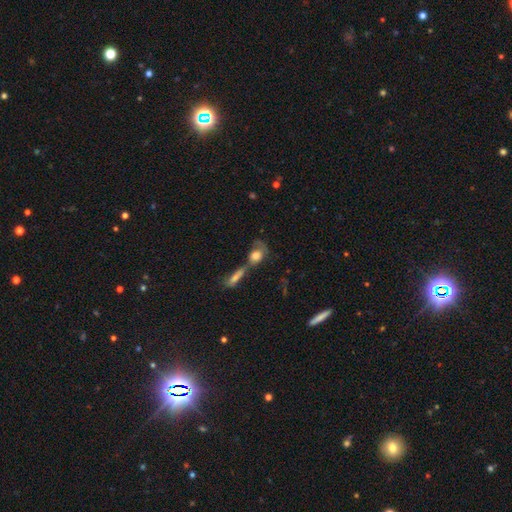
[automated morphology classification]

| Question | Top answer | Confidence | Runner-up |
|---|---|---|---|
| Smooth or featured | smooth | 63% | featured or disk (28%) |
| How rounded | in between | 61% | round (30%) |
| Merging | merger | 60% | none (18%) |